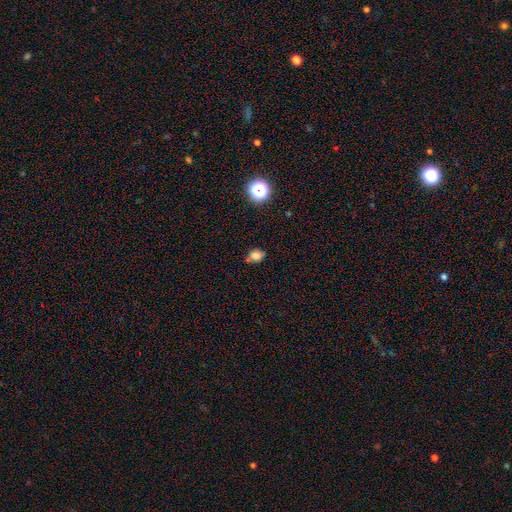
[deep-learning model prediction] A smooth galaxy with no disk features (77%) that is in between round and cigar-shaped (56%).

Vote fractions:
- Smooth or featured? smooth: 77% / star or artifact: 15% / featured or disk: 9%
- How rounded? in between: 56% / round: 43% / cigar-shaped: 1%
- Merging? none: 67% / minor disturbance: 20% / merger: 9% / major disturbance: 4%